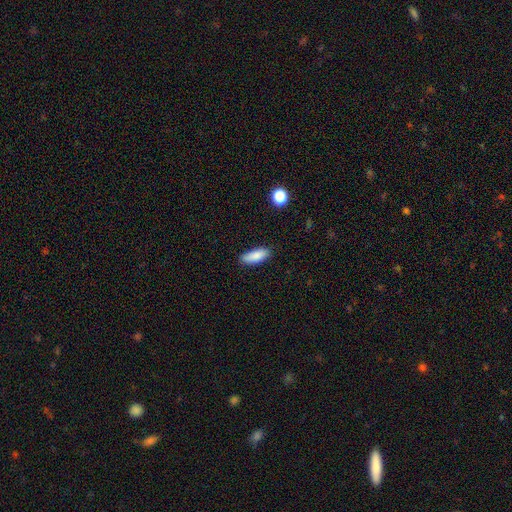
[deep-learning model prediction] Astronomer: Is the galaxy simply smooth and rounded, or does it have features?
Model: smooth — 86%.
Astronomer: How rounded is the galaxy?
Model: in between — 70%.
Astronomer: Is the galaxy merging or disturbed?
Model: none — 81%.